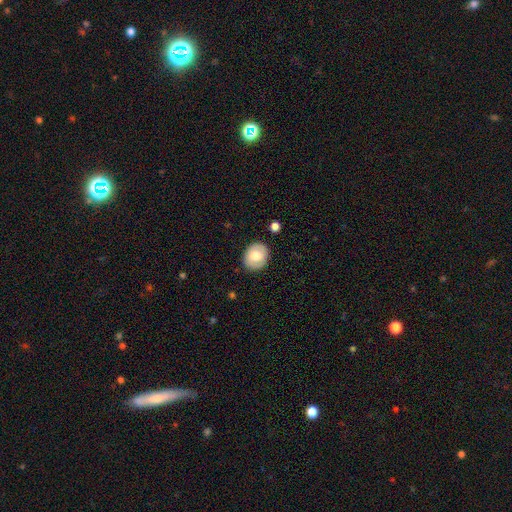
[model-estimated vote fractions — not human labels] Smooth or featured? smooth (66%)
How rounded? round (51%)
Merging? none (86%)